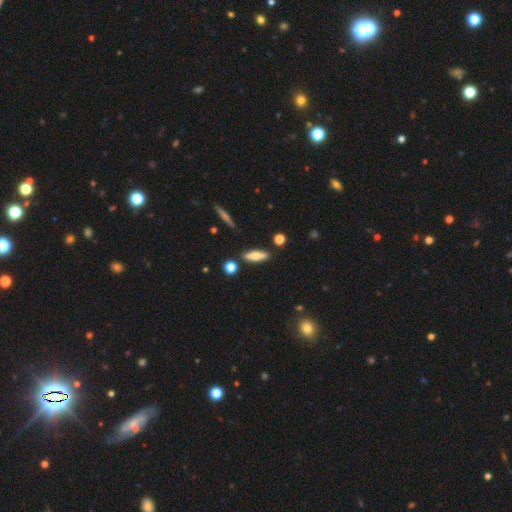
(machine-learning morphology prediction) This is likely a smooth galaxy (62%). How rounded: likely cigar-shaped (62%). Merging: clearly none (85%).